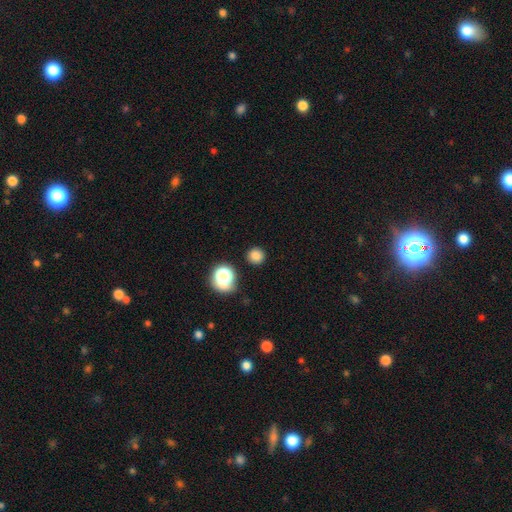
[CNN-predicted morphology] A smooth galaxy with no disk features (80%) that is round (94%). Merging: none (89%).